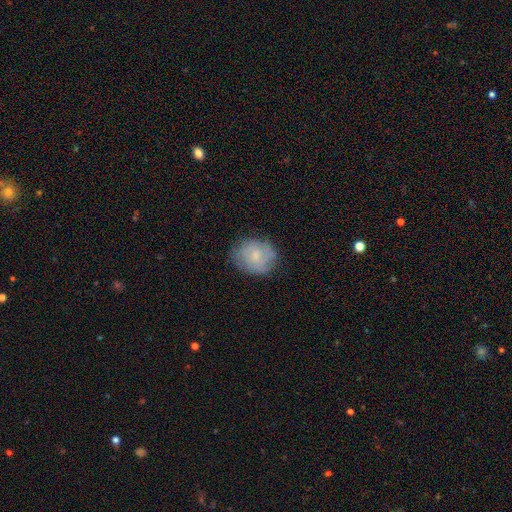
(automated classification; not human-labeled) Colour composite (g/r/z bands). It shows a smooth galaxy with no disk features (61%) that is round (65%). Merging: none (73%).